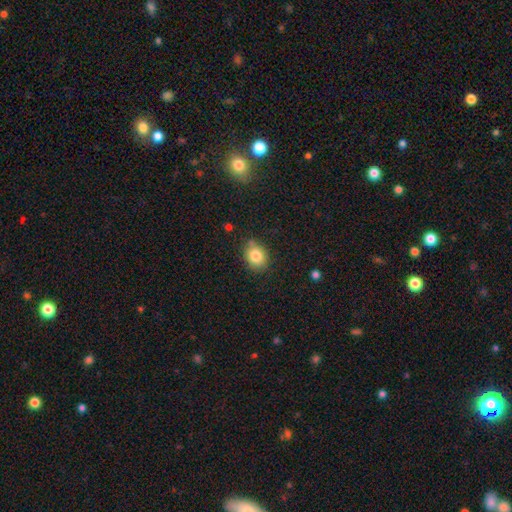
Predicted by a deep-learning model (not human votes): Smooth or featured? Predicted: smooth (p=0.83). How rounded? Predicted: round (p=0.52). Merging? Predicted: none (p=0.79).